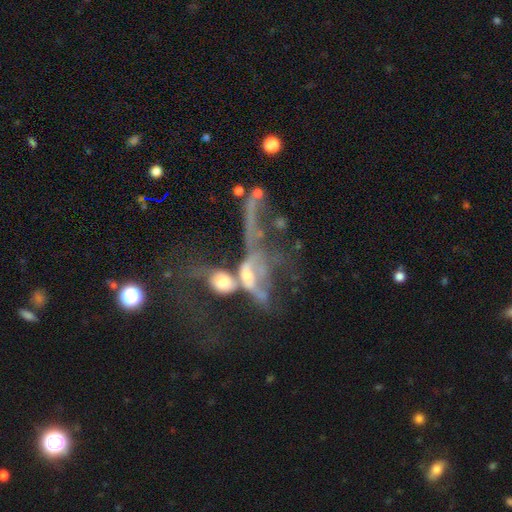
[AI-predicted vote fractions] Q: Smooth or featured?
A: featured or disk (50%); runner-up: star or artifact (34%)
Q: Edge-on disk?
A: no (70%); runner-up: yes (30%)
Q: Merging?
A: merger (39%); runner-up: major disturbance (31%)